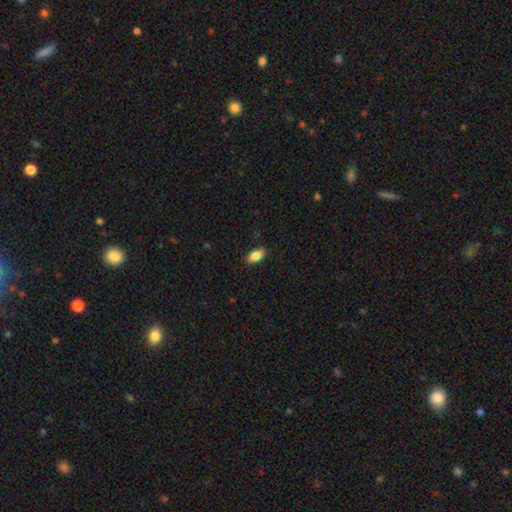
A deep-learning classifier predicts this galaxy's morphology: This appears to be a smooth galaxy with no disk features (84%) that is in between round and cigar-shaped (90%). Merging: none (87%).